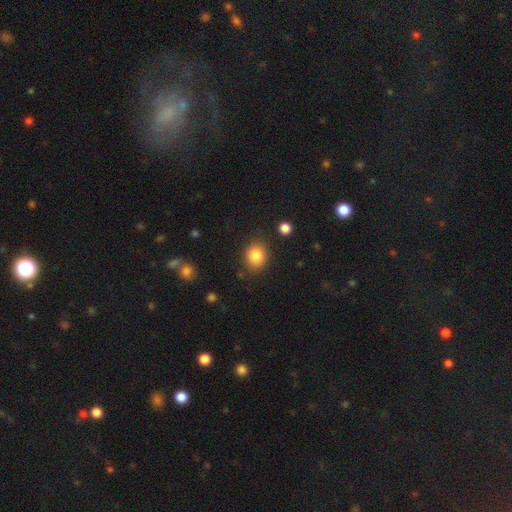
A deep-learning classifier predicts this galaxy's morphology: Q: Smooth or featured?
A: smooth (84%); runner-up: star or artifact (10%)
Q: How rounded?
A: round (63%); runner-up: in between (36%)
Q: Merging?
A: none (84%); runner-up: minor disturbance (10%)